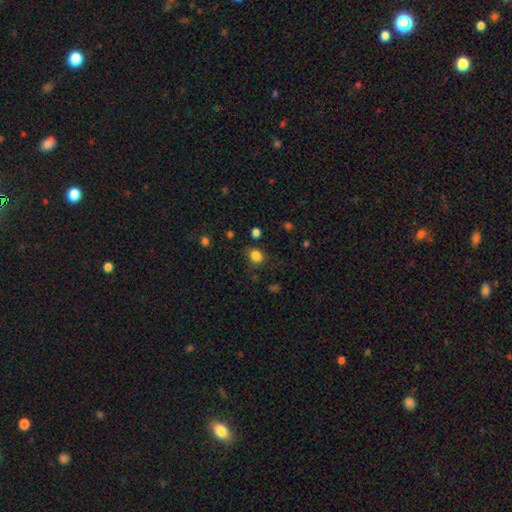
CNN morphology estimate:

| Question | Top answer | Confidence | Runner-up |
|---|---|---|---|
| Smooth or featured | smooth | 83% | star or artifact (14%) |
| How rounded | round | 54% | in between (45%) |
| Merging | none | 75% | minor disturbance (16%) |